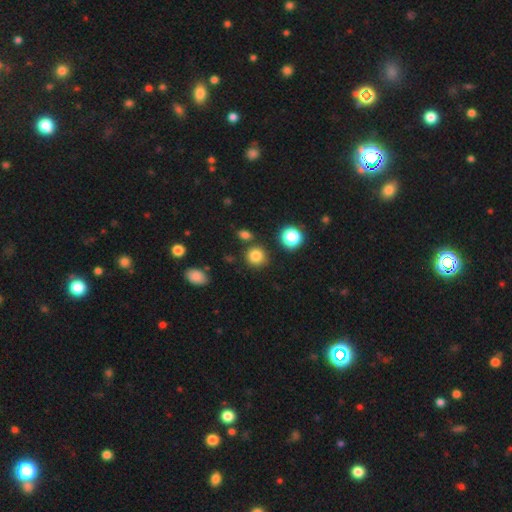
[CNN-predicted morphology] Smooth or featured: smooth — 81% (star or artifact — 13%)
How rounded: round — 90% (in between — 9%)
Merging: none — 83% (minor disturbance — 9%)